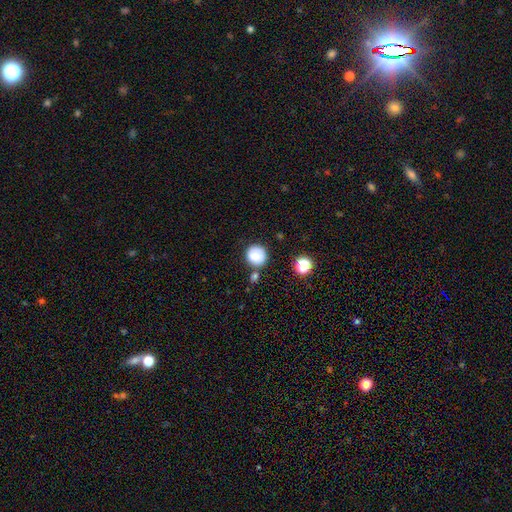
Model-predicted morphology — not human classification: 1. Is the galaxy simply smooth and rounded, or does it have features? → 85% smooth, 10% star or artifact, 5% featured or disk.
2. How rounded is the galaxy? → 90% round, 9% in between, 1% cigar-shaped.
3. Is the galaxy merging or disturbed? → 73% none, 13% minor disturbance, 10% merger, 4% major disturbance.